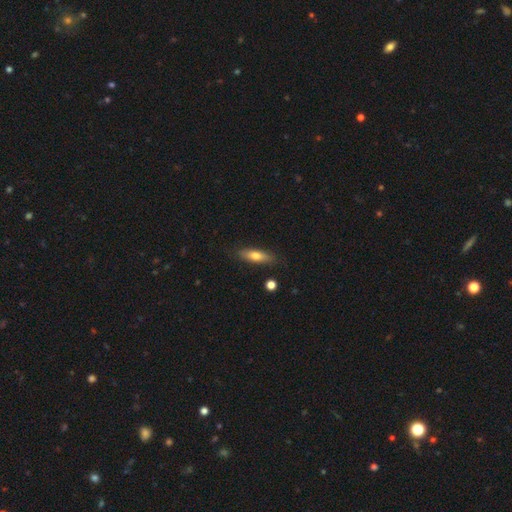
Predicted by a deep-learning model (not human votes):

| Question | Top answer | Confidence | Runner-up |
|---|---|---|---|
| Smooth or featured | smooth | 69% | featured or disk (24%) |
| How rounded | cigar-shaped | 53% | in between (44%) |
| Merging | none | 82% | minor disturbance (13%) |